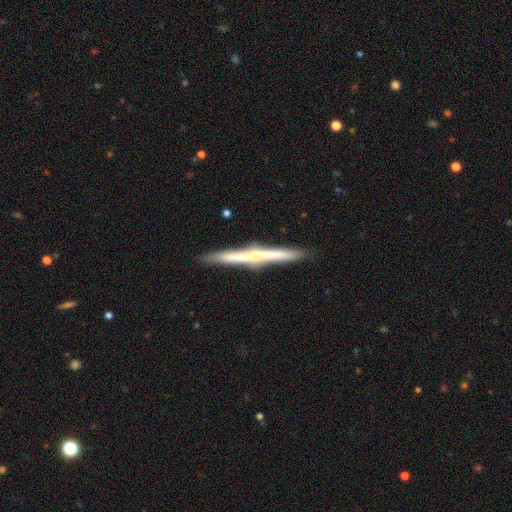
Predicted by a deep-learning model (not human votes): Smooth or featured: featured or disk — 55% (smooth — 39%)
Edge-on disk: yes — 97% (no — 3%)
Edge-on bulge: none — 83% (rounded — 11%)
Merging: none — 90% (minor disturbance — 7%)